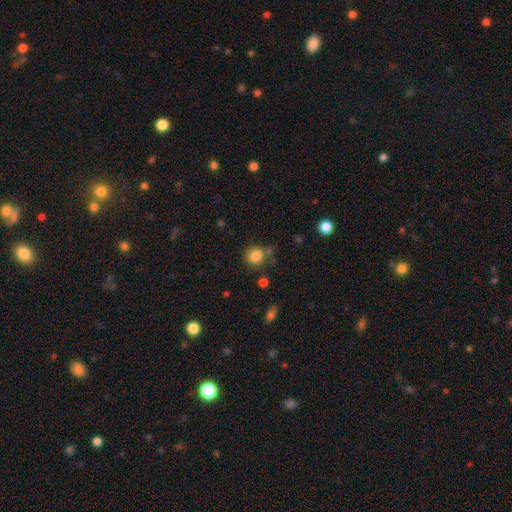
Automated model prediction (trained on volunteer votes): This appears to be a smooth galaxy with no disk features (84%) that is round (76%). Merging: none (71%).